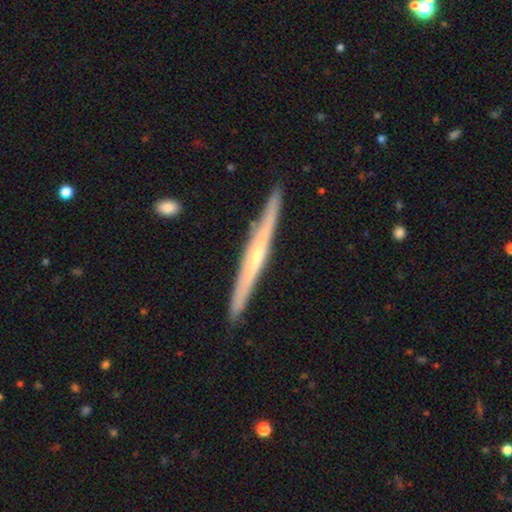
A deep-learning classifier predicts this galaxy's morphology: Q: Smooth or featured?
A: featured or disk (73%); runner-up: smooth (22%)
Q: Edge-on disk?
A: yes (97%); runner-up: no (3%)
Q: Edge-on bulge?
A: rounded (54%); runner-up: none (41%)
Q: Merging?
A: none (90%); runner-up: minor disturbance (7%)